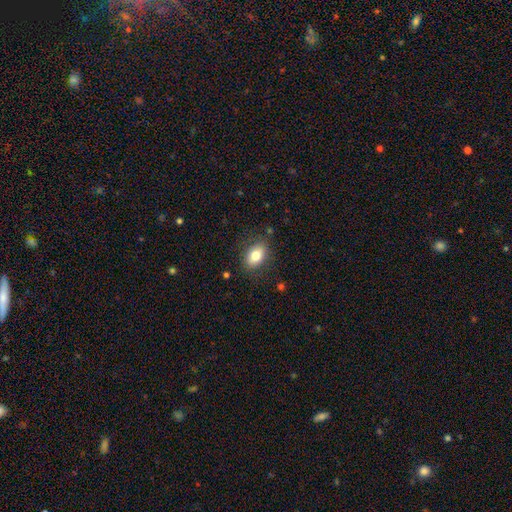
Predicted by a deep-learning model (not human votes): Smooth or featured: smooth — 79% (featured or disk — 12%)
How rounded: in between — 81% (round — 18%)
Merging: none — 83% (minor disturbance — 12%)